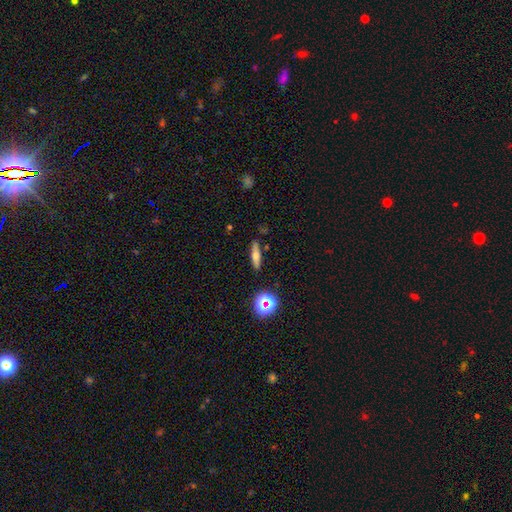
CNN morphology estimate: A smooth galaxy with no disk features (55%) that is cigar-shaped (70%). Merging: none (86%).